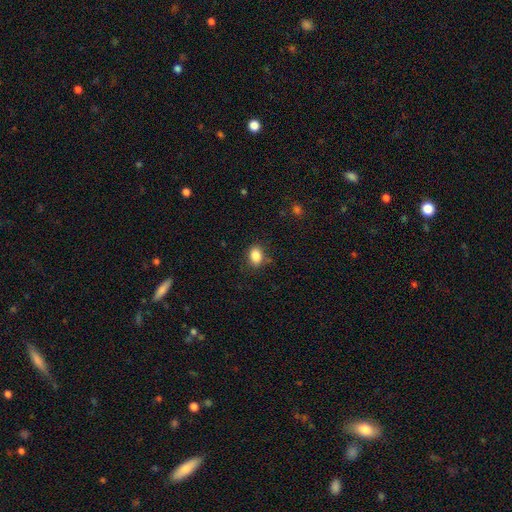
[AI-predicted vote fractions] smooth_or_featured: smooth (p=0.86) [alt: star or artifact p=0.09]
how_rounded: in between (p=0.72) [alt: round p=0.26]
merging: none (p=0.81) [alt: minor disturbance p=0.13]